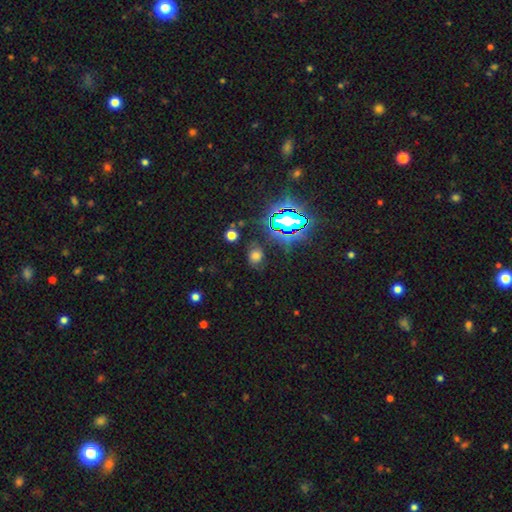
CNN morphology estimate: type=smooth (57%); roundness=round (51%); merging=none (76%).